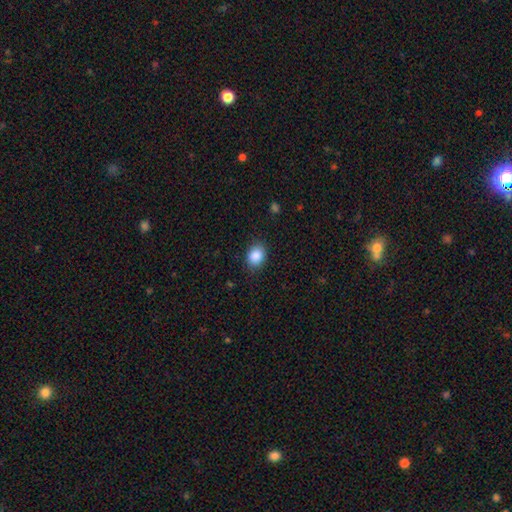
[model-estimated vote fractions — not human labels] smooth 88%, star or artifact 8%, featured or disk 4%. Down the decision tree: how rounded — in between (57%); merging — none (85%).